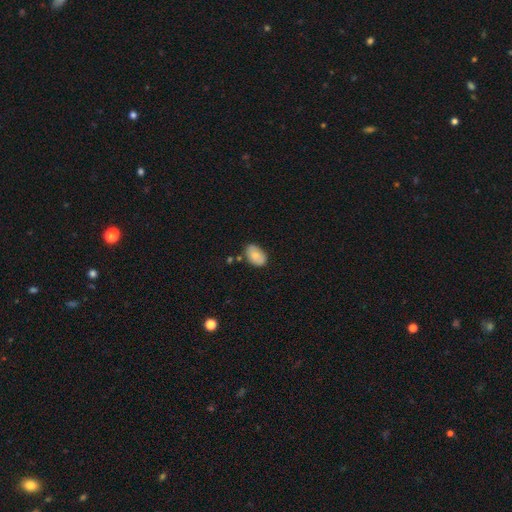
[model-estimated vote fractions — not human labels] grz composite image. It shows a smooth galaxy with no disk features (77%) that is in between round and cigar-shaped (87%). Merging: none (74%).